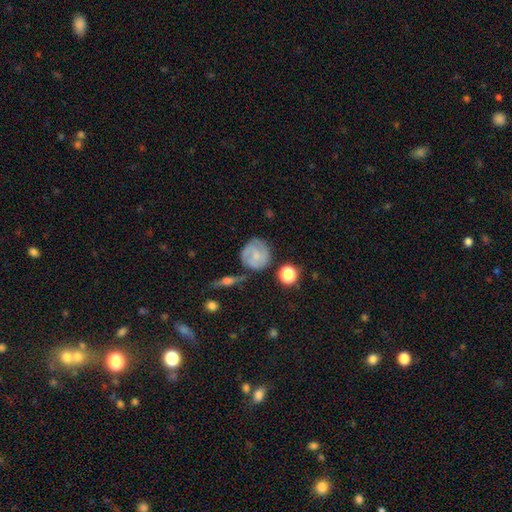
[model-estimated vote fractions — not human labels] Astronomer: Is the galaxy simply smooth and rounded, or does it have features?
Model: featured or disk — 49% (runner-up: smooth, 43%).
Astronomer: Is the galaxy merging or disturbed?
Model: none — 66%.